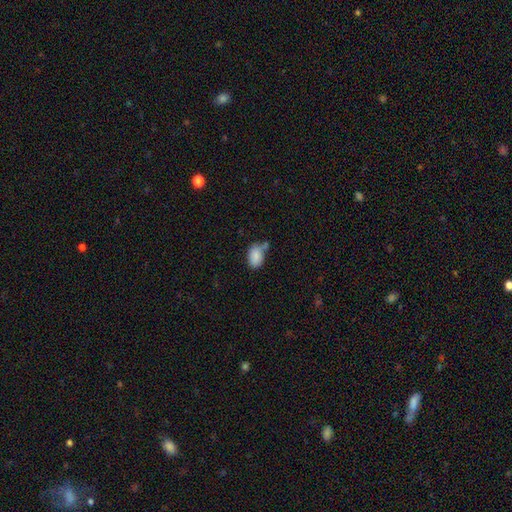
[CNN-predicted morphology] type=smooth (85%); roundness=in between (89%); merging=none (49%).